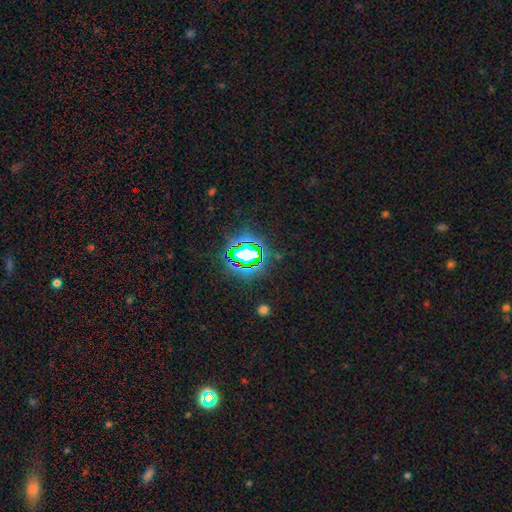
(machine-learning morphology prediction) A star or artifact, not a galaxy (80%).